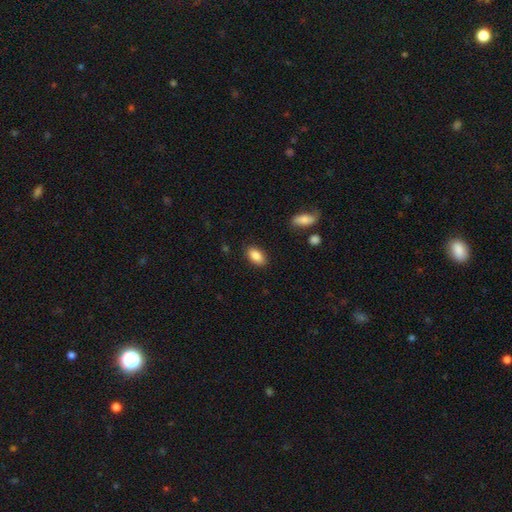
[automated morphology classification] smooth 87%, star or artifact 7%, featured or disk 6%. Down the decision tree: how rounded — in between (92%); merging — none (87%).